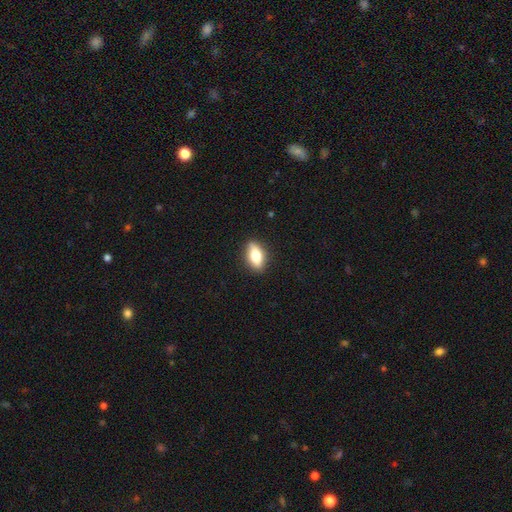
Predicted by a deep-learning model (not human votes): This is likely a smooth galaxy (67%). How rounded: clearly in between (81%). Merging: clearly none (86%).